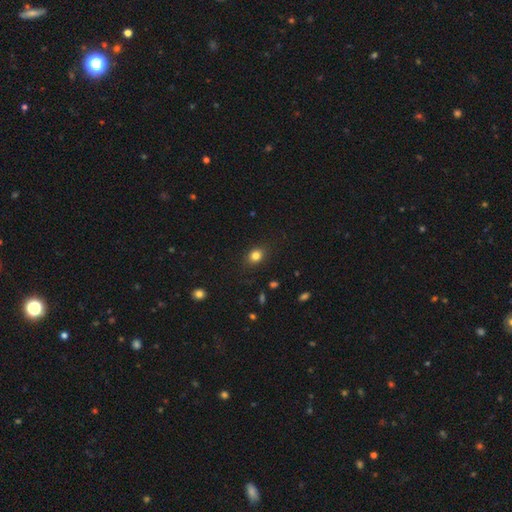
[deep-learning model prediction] A smooth galaxy with no disk features (82%) that is round (50%). Merging: none (85%).